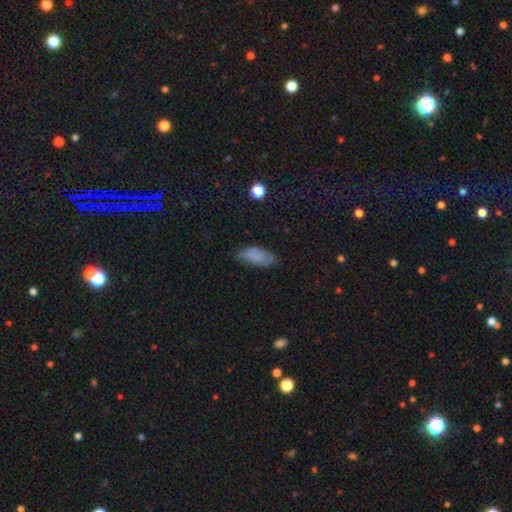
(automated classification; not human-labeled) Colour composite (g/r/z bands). It shows a smooth galaxy with no disk features (77%) that is in between round and cigar-shaped (88%). Merging: none (74%).